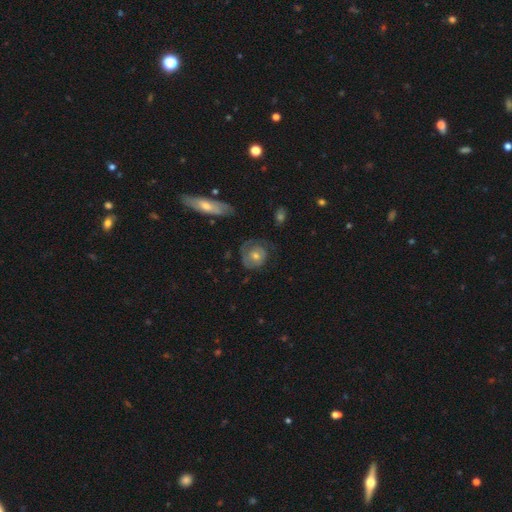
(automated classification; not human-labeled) smooth-or-featured: featured or disk: 59% | smooth: 33% | star or artifact: 8%
  disk-edge-on: no: 94% | yes: 6%
    bar: no: 82% | weak: 15% | strong: 3%
    has-spiral-arms: yes: 72% | no: 28%
    bulge-size: moderate: 58% | small: 35% | large: 4% | none: 2% | dominant: 1%
  merging: none: 63% | minor disturbance: 21% | major disturbance: 13% | merger: 2%